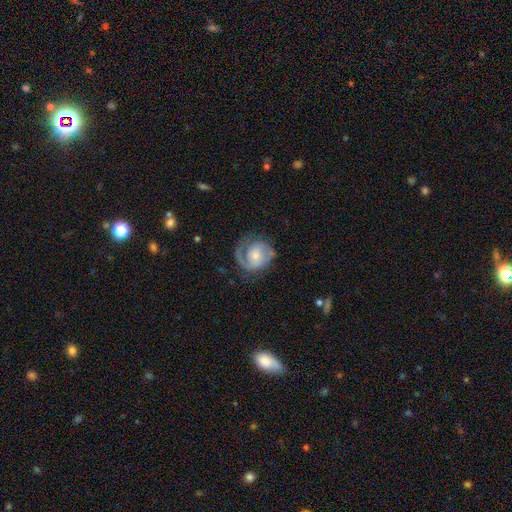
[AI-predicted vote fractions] Morphology: type=featured or disk (75%); edge-on=no (98%); bar=no (64%); spiral arms=yes (91%); winding=medium (42%); arm count=2 (52%); bulge=small (57%); merging=none (62%).